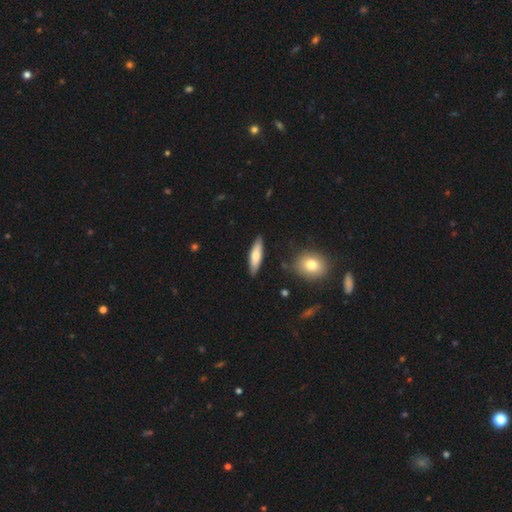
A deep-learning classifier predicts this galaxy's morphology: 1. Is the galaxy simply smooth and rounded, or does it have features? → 68% smooth, 27% featured or disk, 5% star or artifact.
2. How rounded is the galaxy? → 69% cigar-shaped, 29% in between, 2% round.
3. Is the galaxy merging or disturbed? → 87% none, 9% minor disturbance, 2% merger, 2% major disturbance.